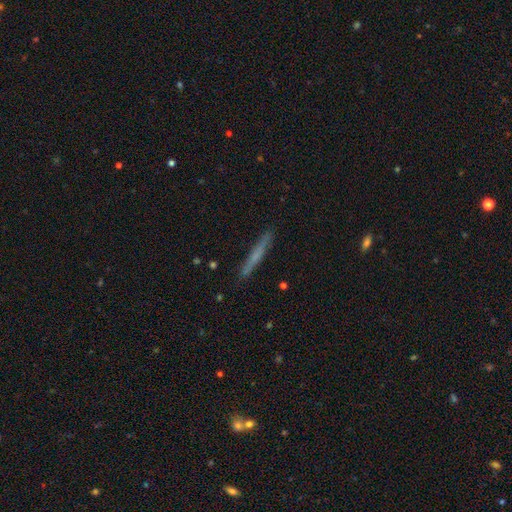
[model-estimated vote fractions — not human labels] Smooth or featured? Predicted: smooth (p=0.53). How rounded? Predicted: cigar-shaped (p=0.96). Merging? Predicted: none (p=0.89).